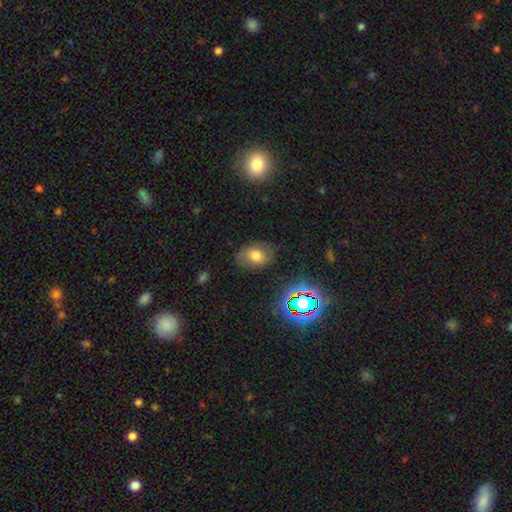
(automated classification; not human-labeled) Smooth or featured?
  - smooth: 60% *
  - featured or disk: 23%
  - star or artifact: 17%
How rounded?
  - in between: 73% *
  - round: 25%
  - cigar-shaped: 1%
Merging?
  - none: 74% *
  - minor disturbance: 18%
  - major disturbance: 7%
  - merger: 2%